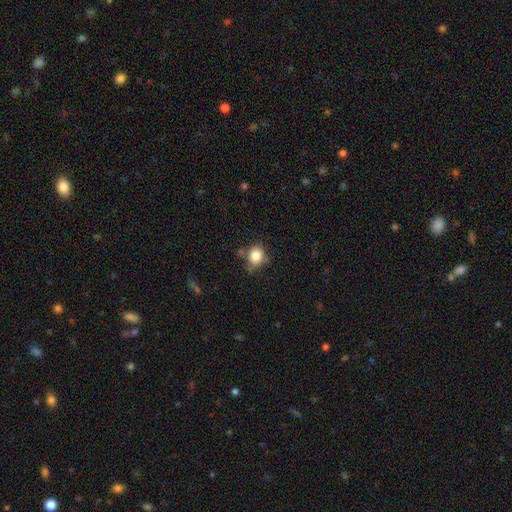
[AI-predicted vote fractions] Smooth or featured: smooth — 82% (star or artifact — 10%)
How rounded: round — 63% (in between — 36%)
Merging: none — 63% (minor disturbance — 24%)